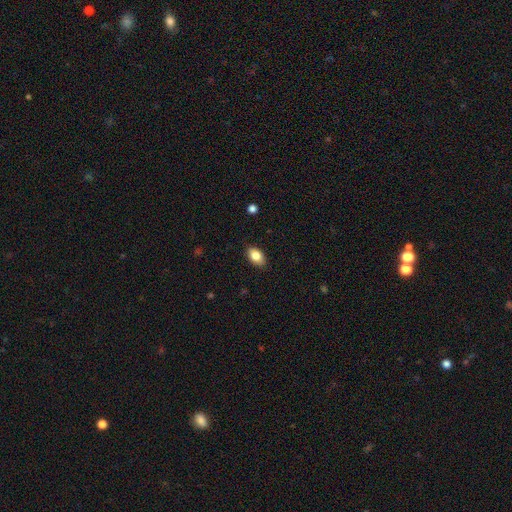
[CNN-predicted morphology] smooth_or_featured: smooth (p=0.85) [alt: star or artifact p=0.08]
how_rounded: in between (p=0.90) [alt: round p=0.09]
merging: none (p=0.87) [alt: minor disturbance p=0.10]